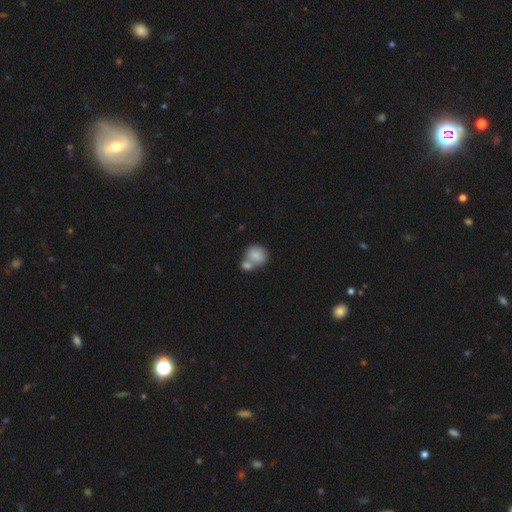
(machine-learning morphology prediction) smooth_or_featured: smooth (p=0.83) [alt: featured or disk p=0.10]
how_rounded: round (p=0.78) [alt: in between p=0.21]
merging: merger (p=0.51) [alt: none p=0.36]